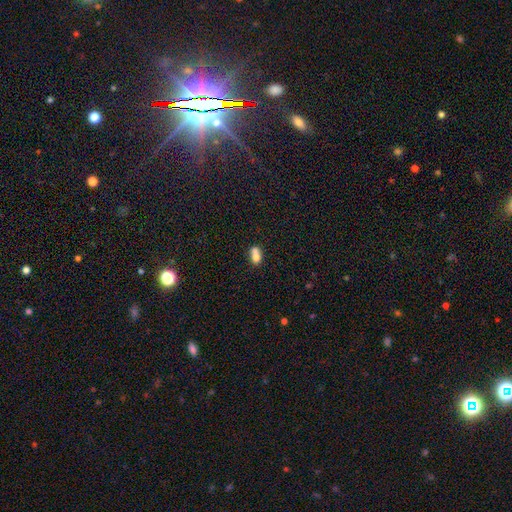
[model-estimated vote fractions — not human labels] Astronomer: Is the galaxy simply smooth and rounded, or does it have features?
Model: smooth — 72%.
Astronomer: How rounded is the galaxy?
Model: in between — 66%.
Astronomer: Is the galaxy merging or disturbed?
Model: merger — 57%.